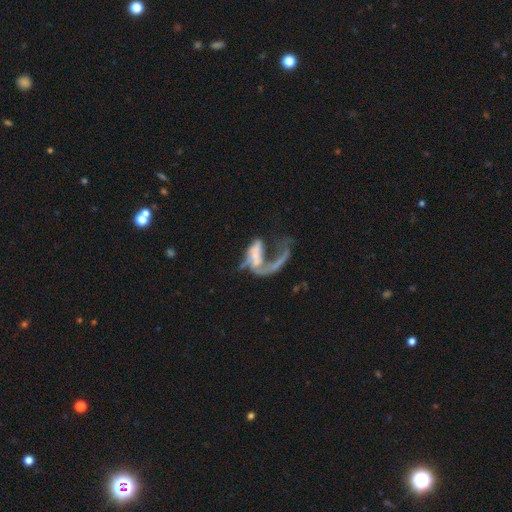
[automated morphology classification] A featured or disk galaxy (67%) with no bar (61%), spiral arms (54%) and no central bulge (47%).

Vote fractions:
- Smooth or featured? featured or disk: 67% / smooth: 23% / star or artifact: 10%
- Edge-on disk? no: 95% / yes: 5%
- Bar? no: 61% / weak: 23% / strong: 16%
- Spiral arms? yes: 54% / no: 46%
- Bulge size? none: 47% / small: 29% / moderate: 15% / large: 6% / dominant: 3%
- Merging? major disturbance: 53% / merger: 26% / none: 14% / minor disturbance: 7%